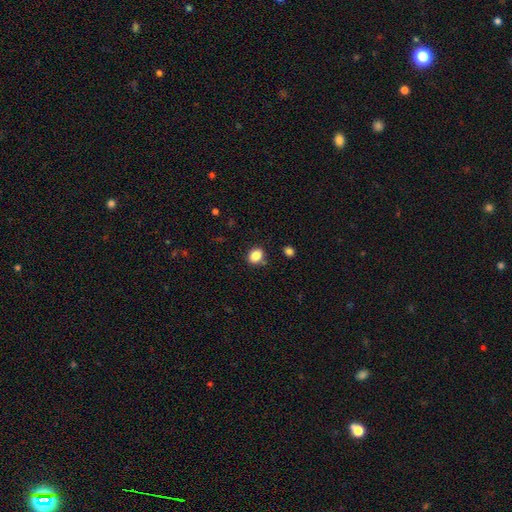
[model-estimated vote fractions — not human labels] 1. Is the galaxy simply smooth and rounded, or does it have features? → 86% smooth, 10% star or artifact, 4% featured or disk.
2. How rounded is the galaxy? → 54% in between, 45% round, 1% cigar-shaped.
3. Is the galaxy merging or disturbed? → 81% none, 12% minor disturbance, 4% merger, 3% major disturbance.